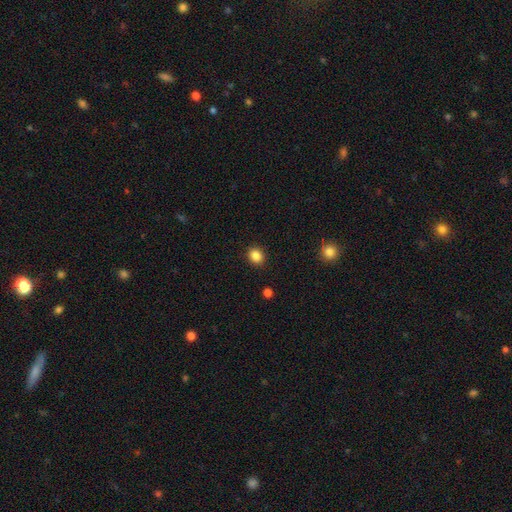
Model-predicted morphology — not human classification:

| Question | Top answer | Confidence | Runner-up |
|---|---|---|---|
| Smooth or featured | smooth | 86% | star or artifact (10%) |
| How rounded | round | 59% | in between (40%) |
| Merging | none | 90% | minor disturbance (7%) |